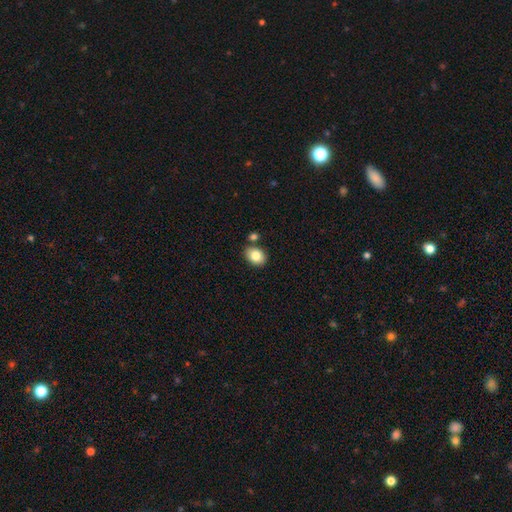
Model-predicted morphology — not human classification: Smooth or featured? smooth (83%)
How rounded? in between (66%)
Merging? none (76%)